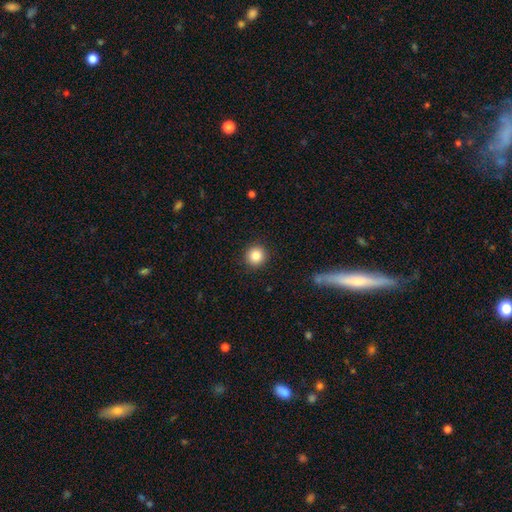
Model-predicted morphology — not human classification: A smooth galaxy with no disk features (84%) that is round (94%).

Vote fractions:
- Smooth or featured? smooth: 84% / star or artifact: 10% / featured or disk: 5%
- How rounded? round: 94% / in between: 5% / cigar-shaped: 1%
- Merging? none: 91% / minor disturbance: 5% / major disturbance: 2% / merger: 1%